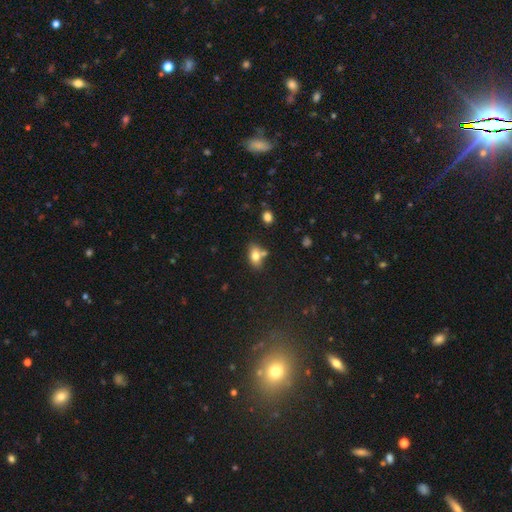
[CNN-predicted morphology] Smooth or featured?
  - smooth: 77% *
  - featured or disk: 13%
  - star or artifact: 10%
How rounded?
  - in between: 84% *
  - round: 12%
  - cigar-shaped: 4%
Merging?
  - none: 59% *
  - merger: 23%
  - minor disturbance: 14%
  - major disturbance: 4%